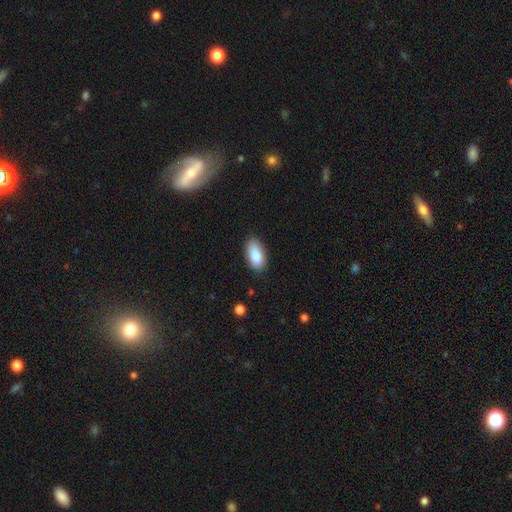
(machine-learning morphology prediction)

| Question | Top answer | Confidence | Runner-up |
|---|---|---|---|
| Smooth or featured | smooth | 85% | featured or disk (8%) |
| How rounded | in between | 91% | cigar-shaped (6%) |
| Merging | none | 82% | minor disturbance (14%) |